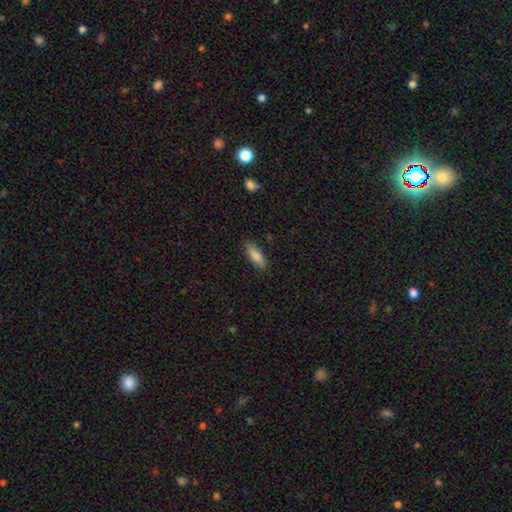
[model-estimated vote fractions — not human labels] A smooth galaxy with no disk features (83%) that is cigar-shaped (51%). Merging: none (86%).